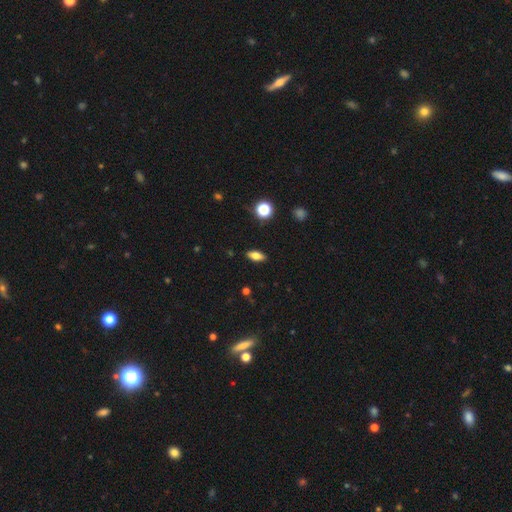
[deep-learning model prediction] Overall: smooth (74%). How rounded: in between (81%). Merging: none (88%).